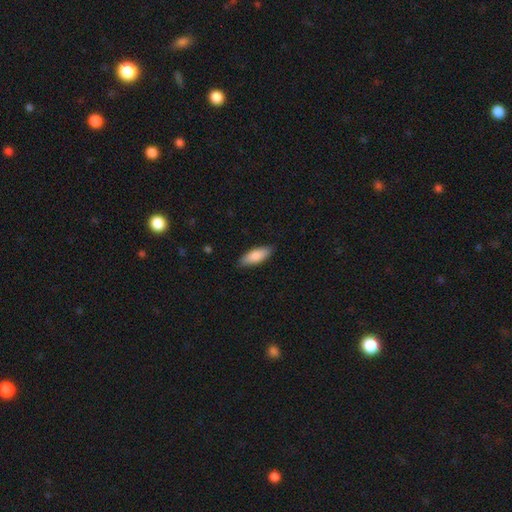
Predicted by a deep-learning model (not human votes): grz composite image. It shows a smooth galaxy with no disk features (84%) that is in between round and cigar-shaped (72%). Merging: none (86%).